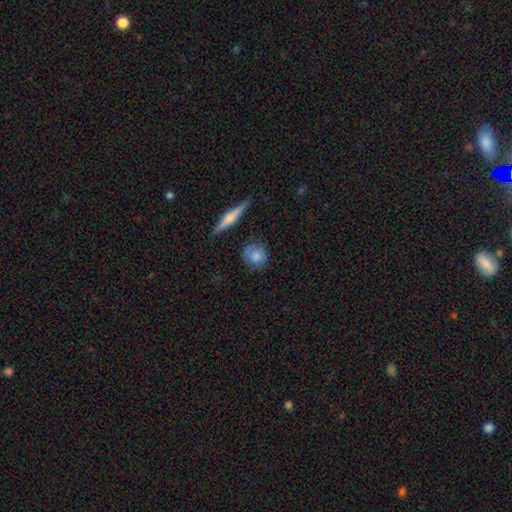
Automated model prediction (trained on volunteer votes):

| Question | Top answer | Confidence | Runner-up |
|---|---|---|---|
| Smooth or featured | smooth | 73% | featured or disk (19%) |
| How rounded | round | 76% | in between (20%) |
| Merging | none | 71% | minor disturbance (21%) |